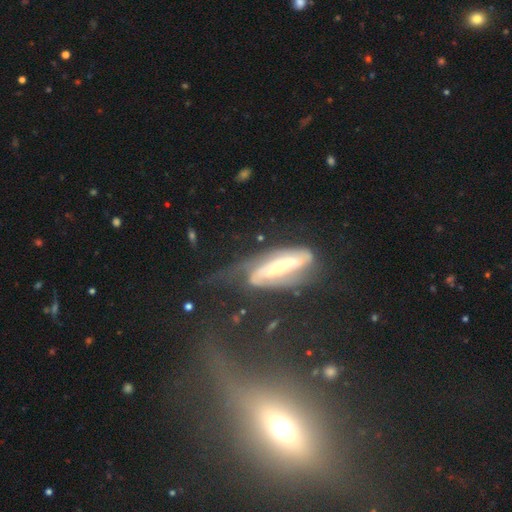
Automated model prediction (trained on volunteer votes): A featured or disk galaxy (52%) viewed edge-on (63%).

Vote fractions:
- Smooth or featured? featured or disk: 52% / smooth: 27% / star or artifact: 21%
- Edge-on disk? yes: 63% / no: 37%
- Merging? none: 49% / major disturbance: 20% / minor disturbance: 20% / merger: 11%